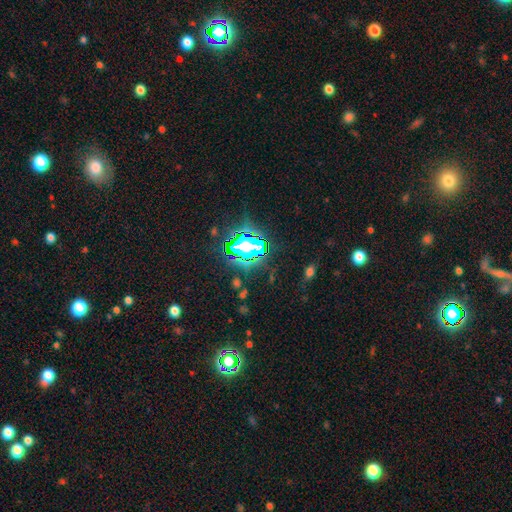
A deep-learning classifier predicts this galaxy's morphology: A star or artifact, not a galaxy (78%).